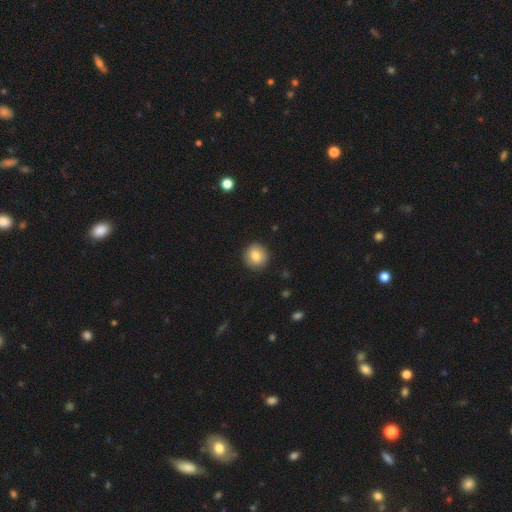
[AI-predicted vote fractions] smooth-or-featured: smooth: 83% | featured or disk: 9% | star or artifact: 8%
  how-rounded: round: 91% | in between: 8% | cigar-shaped: 1%
  merging: none: 91% | minor disturbance: 6% | major disturbance: 2% | merger: 1%